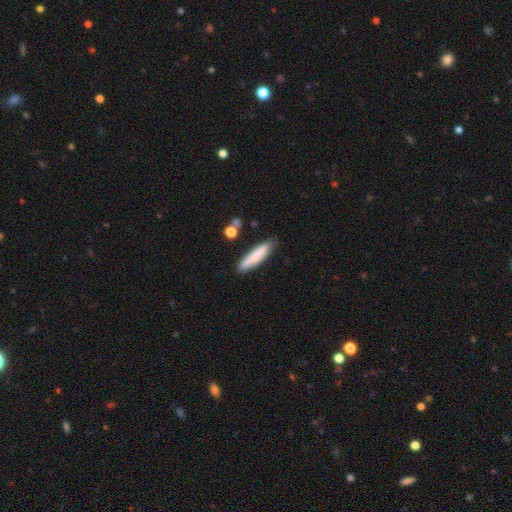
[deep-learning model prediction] The model was most divided on "smooth or featured": smooth: 79%, featured or disk: 15%, star or artifact: 6%. More confident: how rounded — cigar-shaped (84%); merging — none (80%).